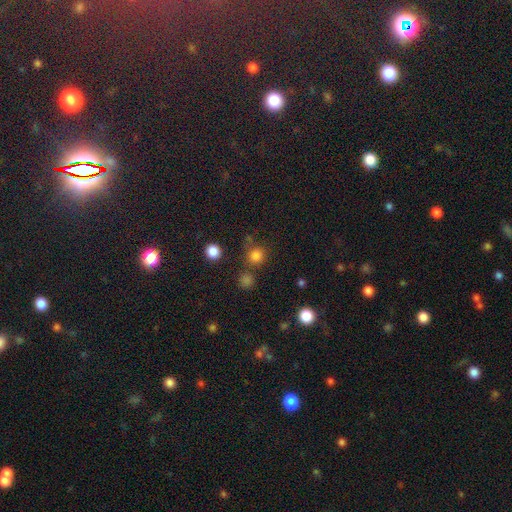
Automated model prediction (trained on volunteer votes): Smooth or featured: smooth — 78% (star or artifact — 18%)
How rounded: round — 90% (in between — 9%)
Merging: none — 74% (merger — 12%)